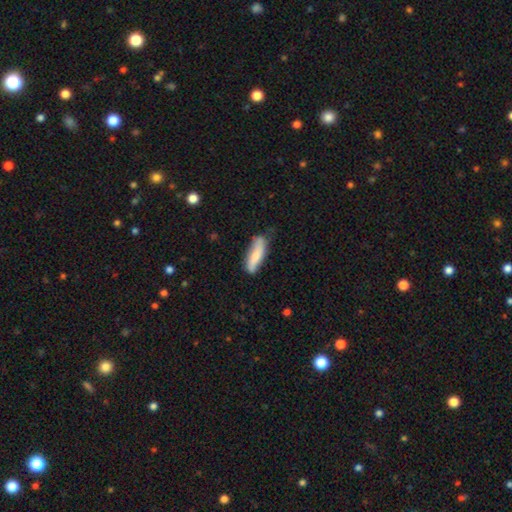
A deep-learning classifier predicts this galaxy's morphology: Smooth or featured? smooth (72%)
How rounded? cigar-shaped (61%)
Merging? none (63%)